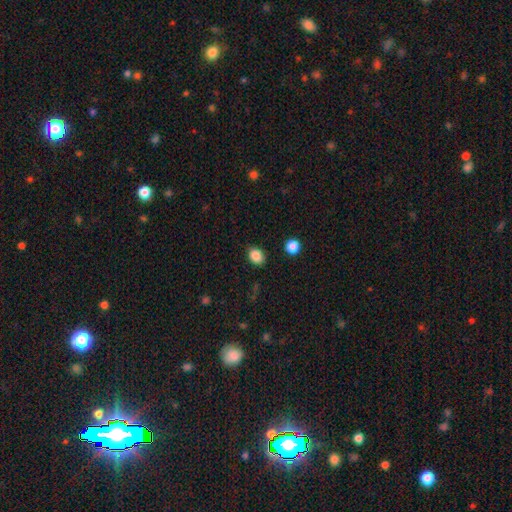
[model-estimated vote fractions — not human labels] Smooth or featured? Predicted: smooth (p=0.86). How rounded? Predicted: in between (p=0.53). Merging? Predicted: none (p=0.86).